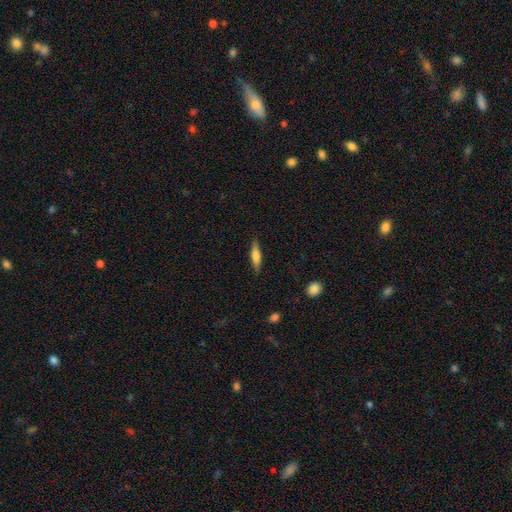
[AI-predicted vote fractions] A smooth galaxy with no disk features (64%) that is cigar-shaped (75%). Merging: none (85%).